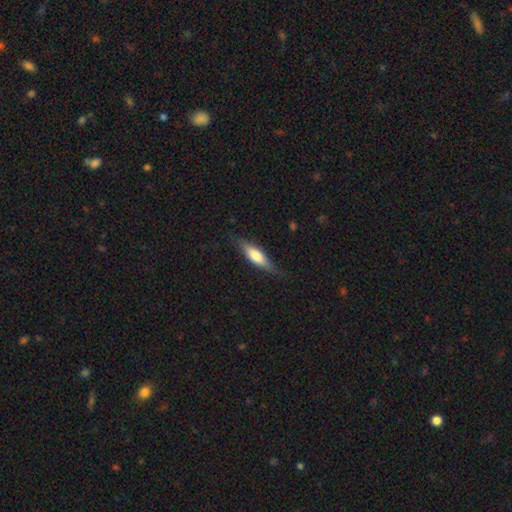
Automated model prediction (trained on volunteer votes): Smooth or featured?
  - smooth: 51% *
  - featured or disk: 43%
  - star or artifact: 6%
How rounded?
  - cigar-shaped: 57% *
  - in between: 40%
  - round: 3%
Merging?
  - none: 79% *
  - minor disturbance: 16%
  - major disturbance: 4%
  - merger: 1%